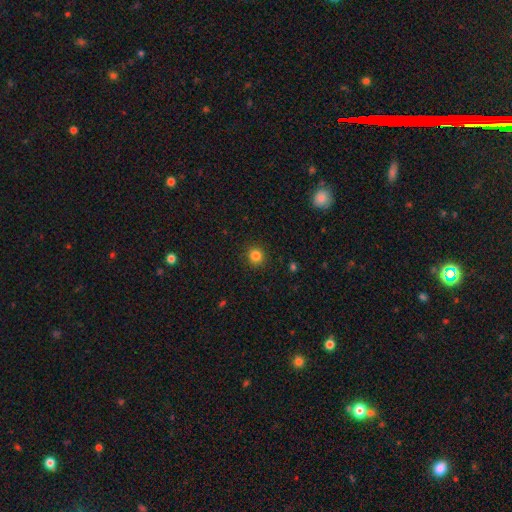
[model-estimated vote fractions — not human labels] A smooth galaxy with no disk features (84%) that is round (90%).

Vote fractions:
- Smooth or featured? smooth: 84% / star or artifact: 12% / featured or disk: 5%
- How rounded? round: 90% / in between: 9% / cigar-shaped: 1%
- Merging? none: 90% / minor disturbance: 7% / major disturbance: 2% / merger: 1%